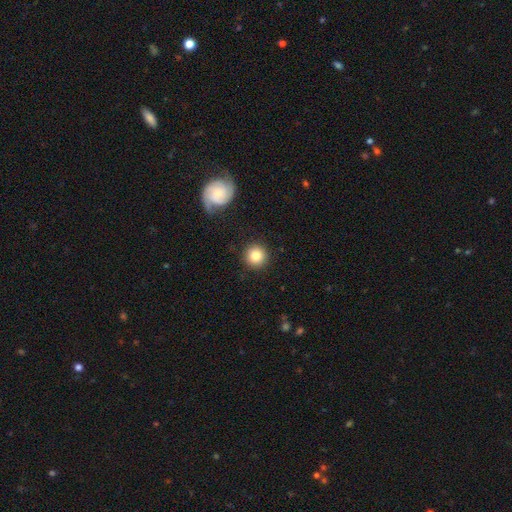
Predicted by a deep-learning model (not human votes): This is clearly a smooth galaxy (82%). How rounded: clearly round (95%). Merging: clearly none (91%).